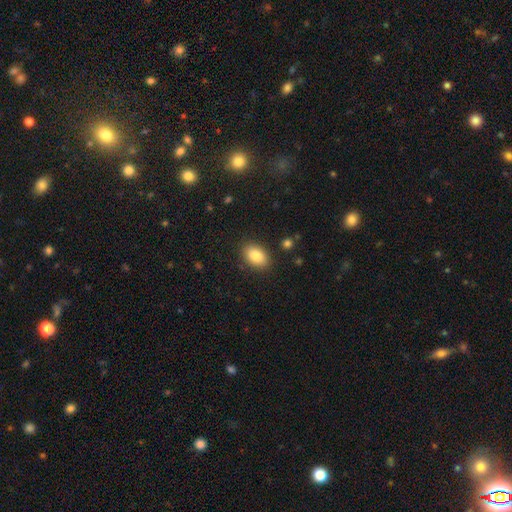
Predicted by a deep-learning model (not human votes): Q: Smooth or featured?
A: smooth (86%); runner-up: star or artifact (8%)
Q: How rounded?
A: in between (89%); runner-up: round (10%)
Q: Merging?
A: none (87%); runner-up: minor disturbance (9%)